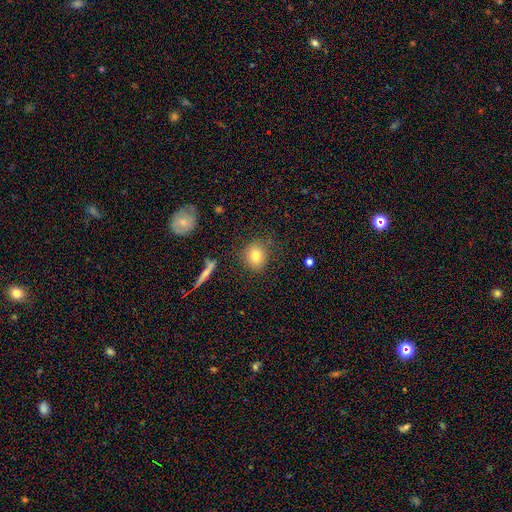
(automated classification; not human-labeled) Smooth or featured?
  - smooth: 79% *
  - star or artifact: 11%
  - featured or disk: 10%
How rounded?
  - round: 80% *
  - in between: 18%
  - cigar-shaped: 2%
Merging?
  - none: 84% *
  - minor disturbance: 10%
  - major disturbance: 3%
  - merger: 3%